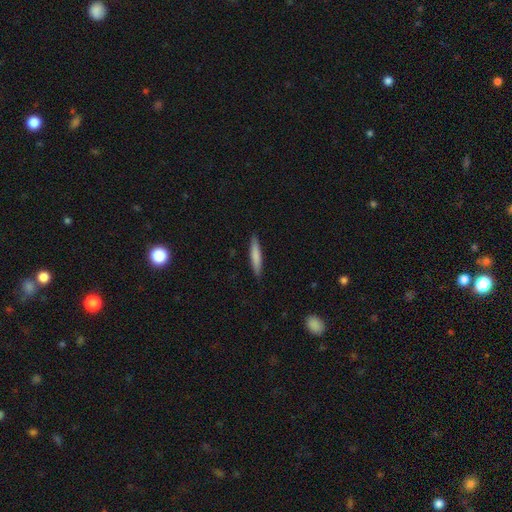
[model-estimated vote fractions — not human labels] smooth-or-featured: smooth: 77% | featured or disk: 18% | star or artifact: 5%
  how-rounded: cigar-shaped: 92% | in between: 7% | round: 1%
  merging: none: 90% | minor disturbance: 8% | major disturbance: 2% | merger: 1%